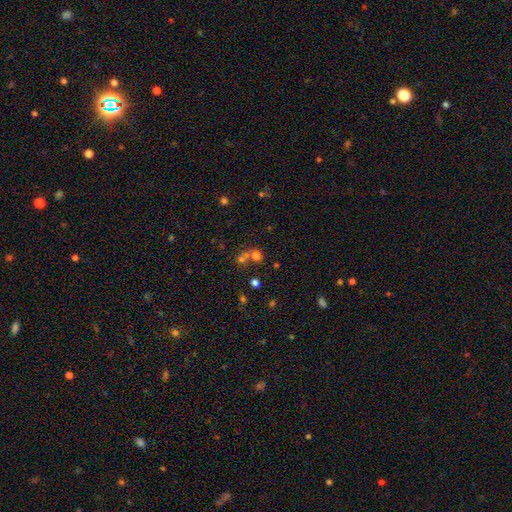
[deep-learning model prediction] Morphology: type=smooth (66%); roundness=round (78%); merging=merger (46%).